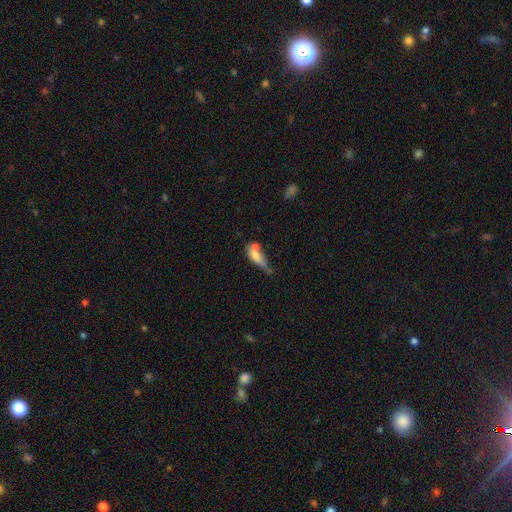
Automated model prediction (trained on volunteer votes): smooth-or-featured: smooth: 65% | featured or disk: 26% | star or artifact: 9%
  how-rounded: in between: 61% | cigar-shaped: 35% | round: 4%
  merging: merger: 30% | minor disturbance: 26% | none: 24% | major disturbance: 20%